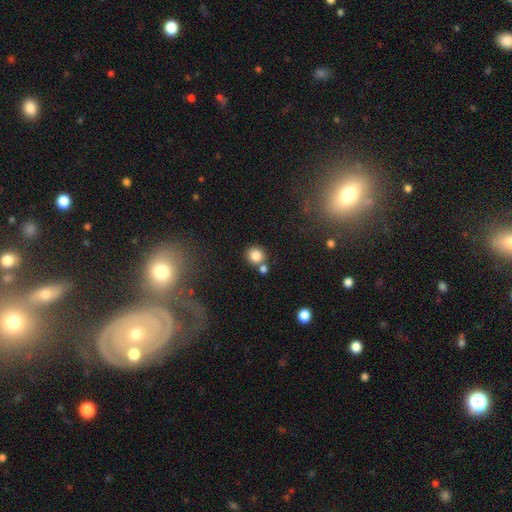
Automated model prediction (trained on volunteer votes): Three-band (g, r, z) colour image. It shows a smooth galaxy with no disk features (83%) that is round (86%). Merging: none (66%).